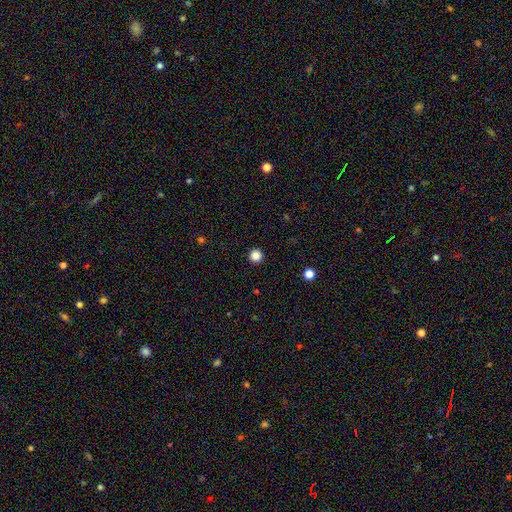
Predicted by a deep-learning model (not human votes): Smooth or featured: smooth — 85% (star or artifact — 12%)
How rounded: round — 96% (in between — 3%)
Merging: none — 94% (minor disturbance — 4%)